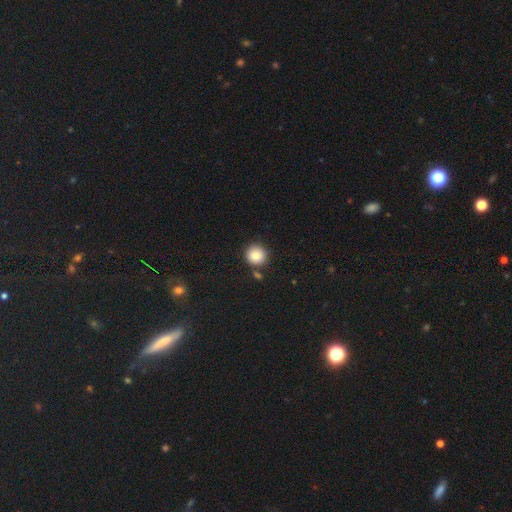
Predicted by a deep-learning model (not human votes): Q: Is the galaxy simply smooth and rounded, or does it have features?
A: smooth — 86%.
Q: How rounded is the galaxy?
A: round — 93%.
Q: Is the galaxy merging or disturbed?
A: none — 81%.